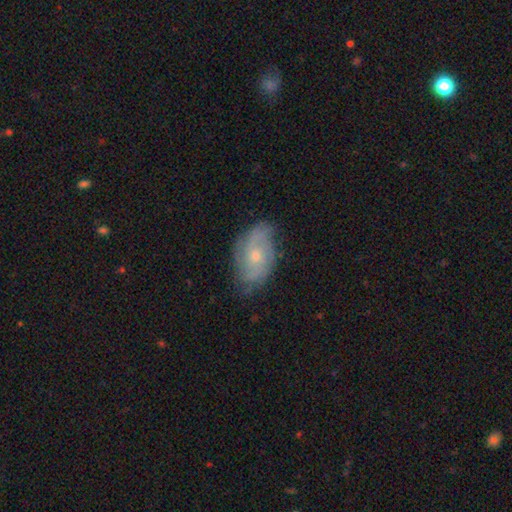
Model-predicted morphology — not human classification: type=featured or disk (70%); edge-on=no (96%); bar=no (77%); spiral arms=yes (88%); winding=tight (46%); arm count=2 (43%); bulge=small (61%); merging=none (68%).